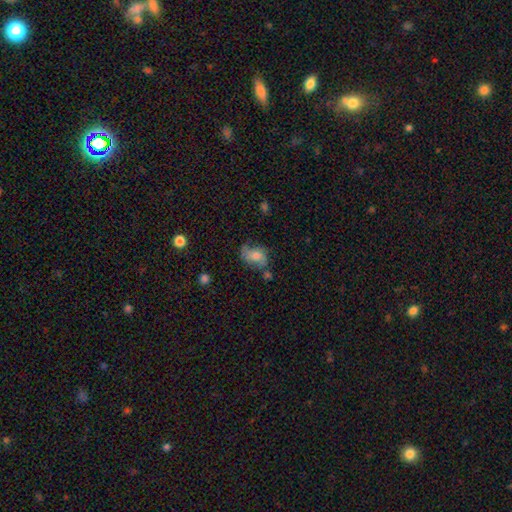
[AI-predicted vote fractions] Q: Smooth or featured?
A: smooth (49%); runner-up: featured or disk (42%)
Q: Merging?
A: none (50%); runner-up: minor disturbance (28%)